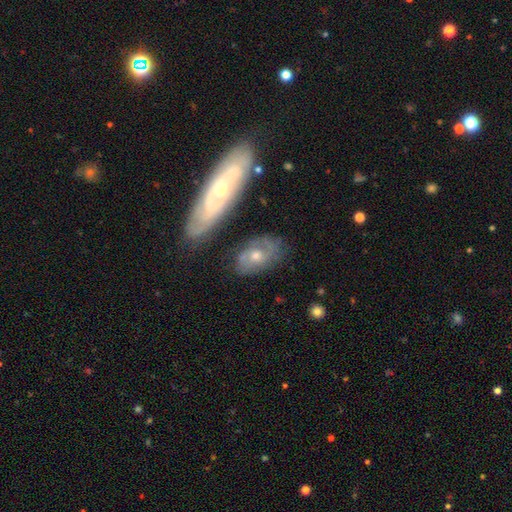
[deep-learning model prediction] Smooth or featured?
  - featured or disk: 61% *
  - smooth: 31%
  - star or artifact: 8%
Edge-on disk?
  - no: 87% *
  - yes: 13%
Bar?
  - no: 71% *
  - weak: 24%
  - strong: 5%
Spiral arms?
  - yes: 69% *
  - no: 31%
Bulge size?
  - moderate: 62% *
  - small: 30%
  - large: 5%
  - none: 2%
  - dominant: 1%
Merging?
  - none: 68% *
  - minor disturbance: 19%
  - major disturbance: 7%
  - merger: 6%